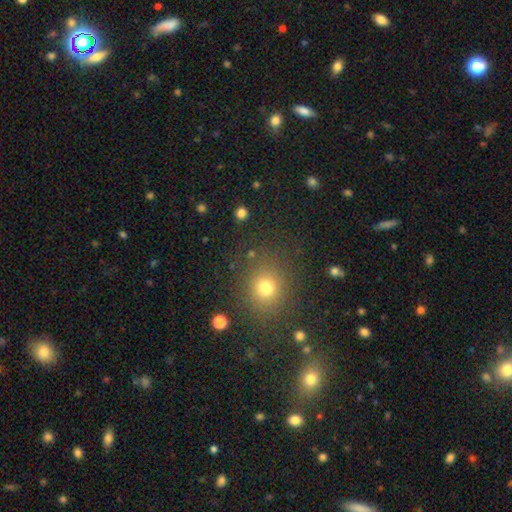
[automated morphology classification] Smooth or featured?
  - smooth: 65% *
  - star or artifact: 28%
  - featured or disk: 7%
How rounded?
  - round: 80% *
  - in between: 19%
  - cigar-shaped: 1%
Merging?
  - none: 87% *
  - minor disturbance: 7%
  - merger: 3%
  - major disturbance: 3%